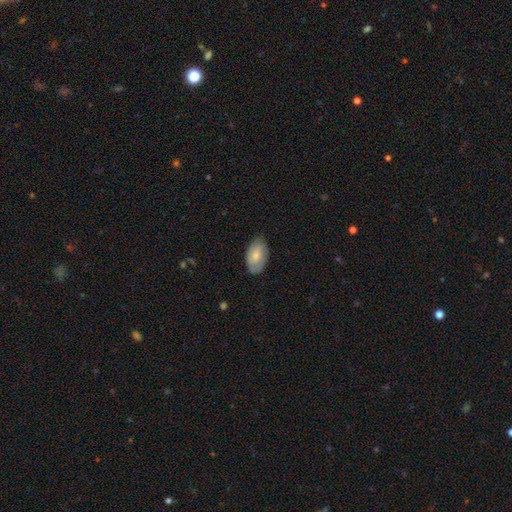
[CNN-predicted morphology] The model was most divided on "smooth or featured": smooth: 69%, featured or disk: 25%, star or artifact: 6%. More confident: how rounded — in between (94%); merging — none (76%).